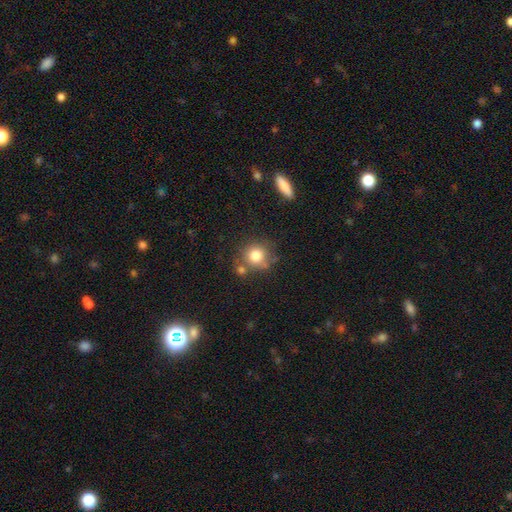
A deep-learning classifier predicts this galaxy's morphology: A smooth galaxy with no disk features (79%) that is round (87%). Merging: none (64%).